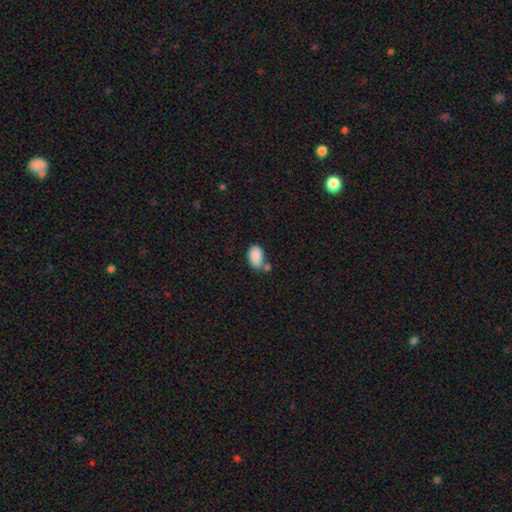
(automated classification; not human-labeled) Smooth or featured: smooth — 88% (star or artifact — 8%)
How rounded: in between — 92% (round — 6%)
Merging: none — 50% (merger — 27%)